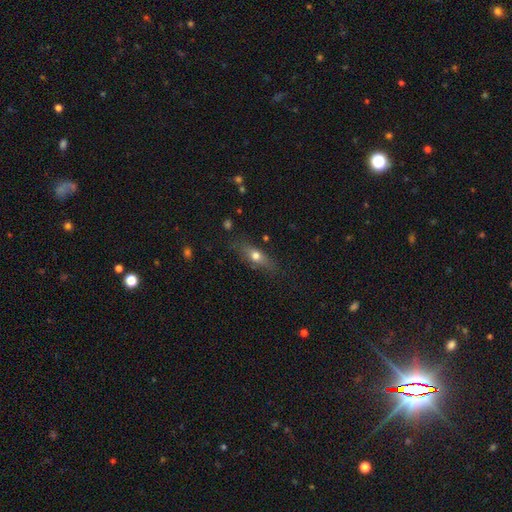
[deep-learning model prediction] smooth-or-featured: smooth: 63% | featured or disk: 29% | star or artifact: 8%
  how-rounded: in between: 58% | cigar-shaped: 35% | round: 7%
  merging: none: 75% | minor disturbance: 18% | major disturbance: 5% | merger: 2%